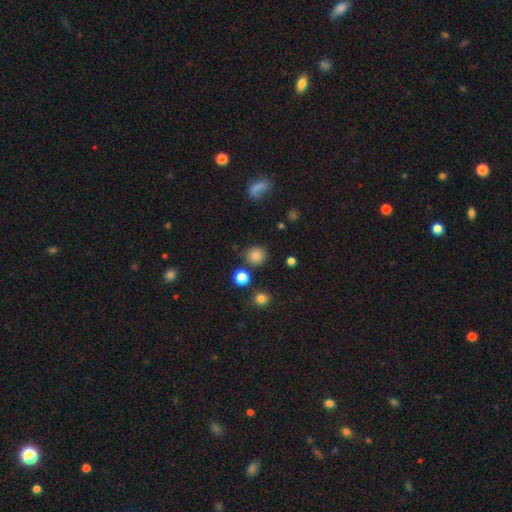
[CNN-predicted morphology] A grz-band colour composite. It shows a smooth galaxy with no disk features (82%) that is round (89%). Merging: none (83%).